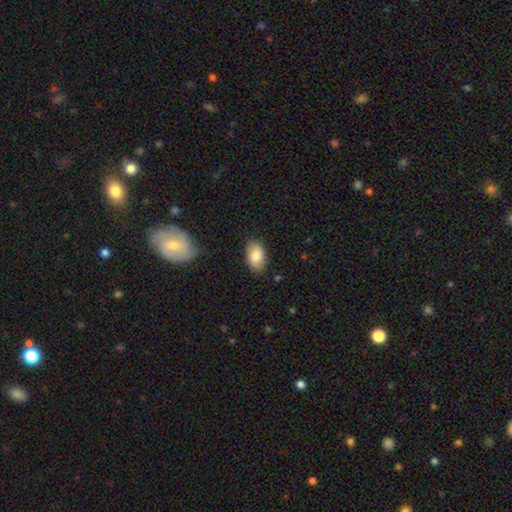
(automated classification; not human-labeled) This appears to be a smooth galaxy with no disk features (85%) that is in between round and cigar-shaped (92%). Merging: none (84%).